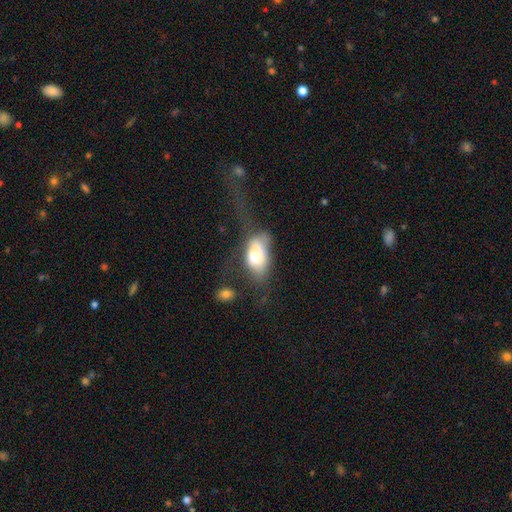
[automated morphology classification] A smooth galaxy with no disk features (68%) that is in between round and cigar-shaped (90%). Merging: major disturbance (41%).